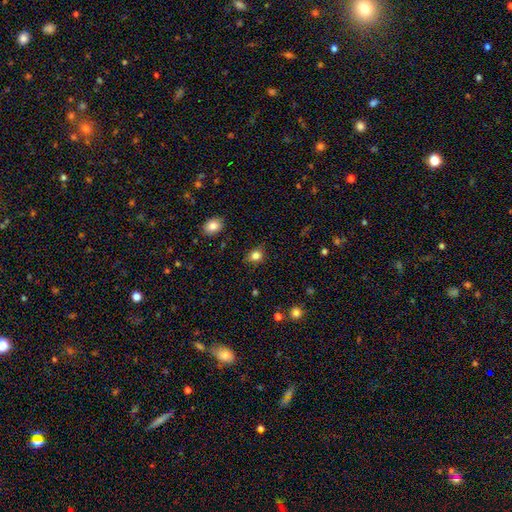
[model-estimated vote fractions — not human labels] Q: Smooth or featured?
A: smooth (83%); runner-up: star or artifact (11%)
Q: How rounded?
A: round (61%); runner-up: in between (37%)
Q: Merging?
A: none (80%); runner-up: minor disturbance (15%)